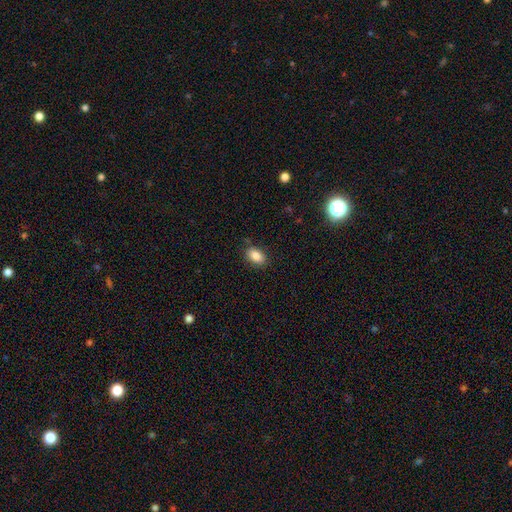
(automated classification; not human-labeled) smooth-or-featured: smooth: 86% | star or artifact: 9% | featured or disk: 6%
  how-rounded: in between: 87% | round: 12% | cigar-shaped: 1%
  merging: none: 84% | minor disturbance: 12% | major disturbance: 3% | merger: 2%